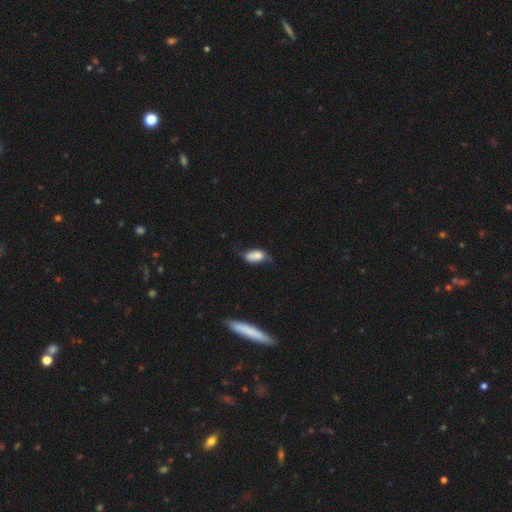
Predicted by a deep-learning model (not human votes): This appears to be a smooth galaxy with no disk features (71%) that is in between round and cigar-shaped (90%). Merging: minor disturbance (38%).